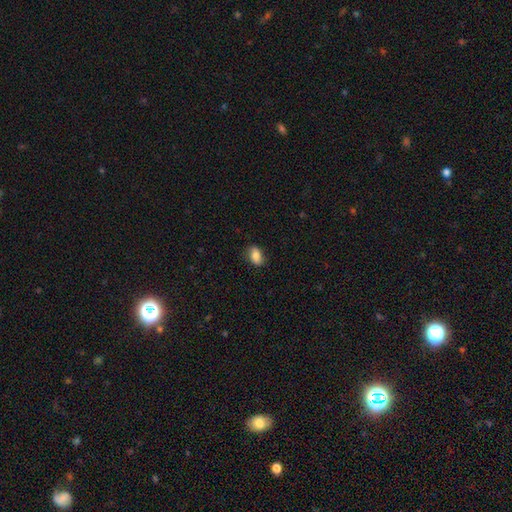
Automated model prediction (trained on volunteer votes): A smooth galaxy with no disk features (83%) that is in between round and cigar-shaped (87%). Merging: none (82%).